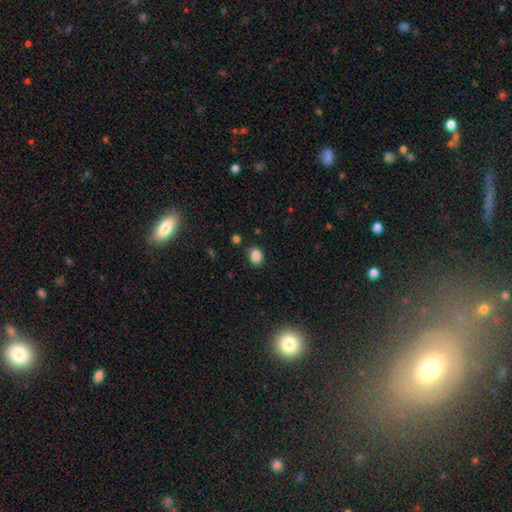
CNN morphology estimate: This appears to be a smooth galaxy with no disk features (85%) that is in between round and cigar-shaped (50%). Merging: none (77%).